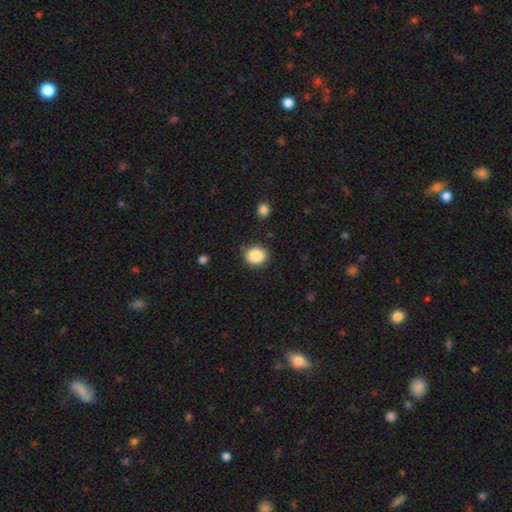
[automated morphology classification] Smooth or featured? Predicted: smooth (p=0.87). How rounded? Predicted: round (p=0.75). Merging? Predicted: none (p=0.85).